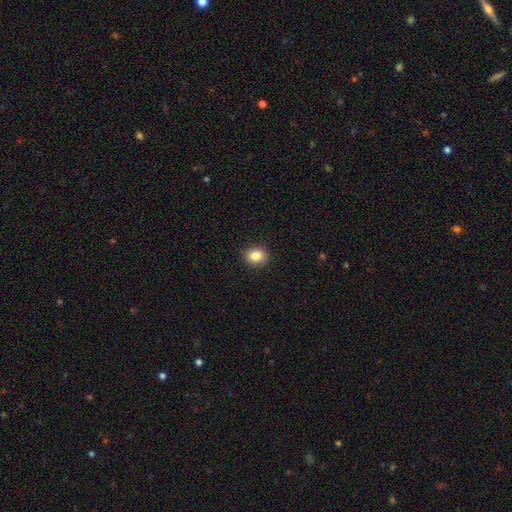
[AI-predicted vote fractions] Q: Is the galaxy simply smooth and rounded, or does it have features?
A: smooth — 85%.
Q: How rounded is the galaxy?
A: round — 64%.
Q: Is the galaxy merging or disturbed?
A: none — 90%.